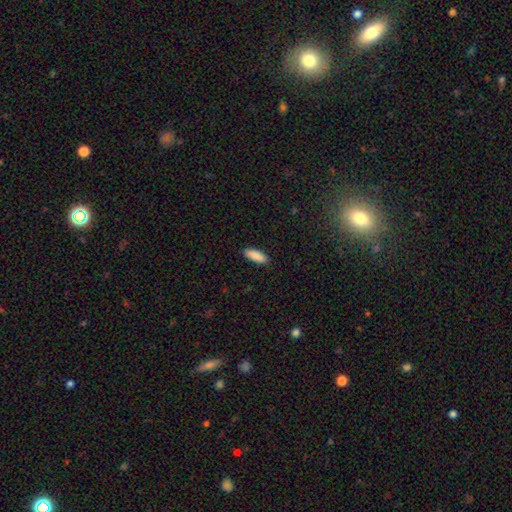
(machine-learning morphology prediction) A smooth galaxy with no disk features (89%) that is in between round and cigar-shaped (63%).

Vote fractions:
- Smooth or featured? smooth: 89% / star or artifact: 6% / featured or disk: 5%
- How rounded? in between: 63% / cigar-shaped: 35% / round: 2%
- Merging? none: 90% / minor disturbance: 7% / major disturbance: 2% / merger: 1%